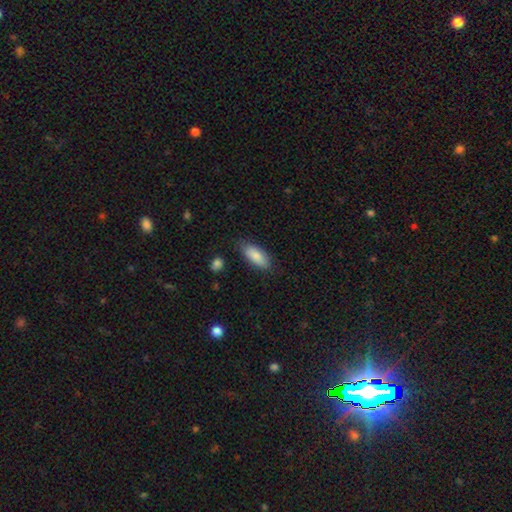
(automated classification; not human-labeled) Smooth or featured?
  - smooth: 86% *
  - featured or disk: 8%
  - star or artifact: 6%
How rounded?
  - in between: 81% *
  - cigar-shaped: 17%
  - round: 2%
Merging?
  - none: 81% *
  - minor disturbance: 14%
  - major disturbance: 3%
  - merger: 2%